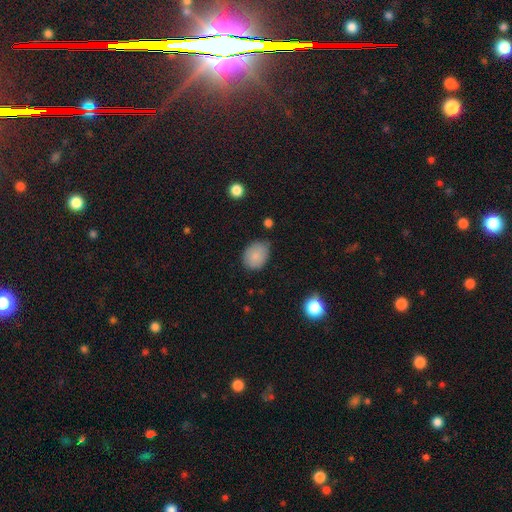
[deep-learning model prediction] smooth-or-featured: smooth: 84% | featured or disk: 8% | star or artifact: 8%
  how-rounded: in between: 61% | round: 38% | cigar-shaped: 1%
  merging: none: 69% | minor disturbance: 24% | major disturbance: 4% | merger: 2%